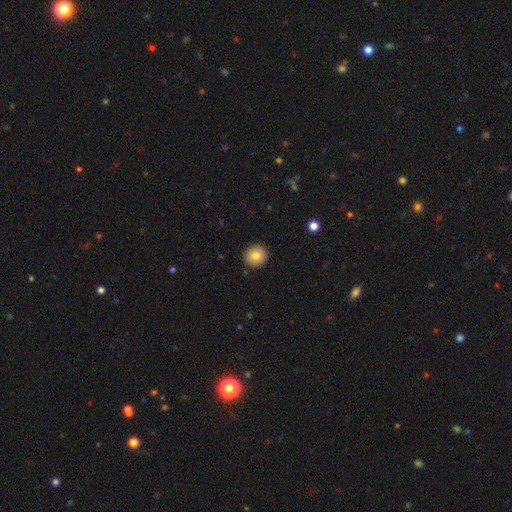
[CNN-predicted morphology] smooth 83%, star or artifact 9%, featured or disk 8%. Down the decision tree: how rounded — round (90%); merging — none (92%).